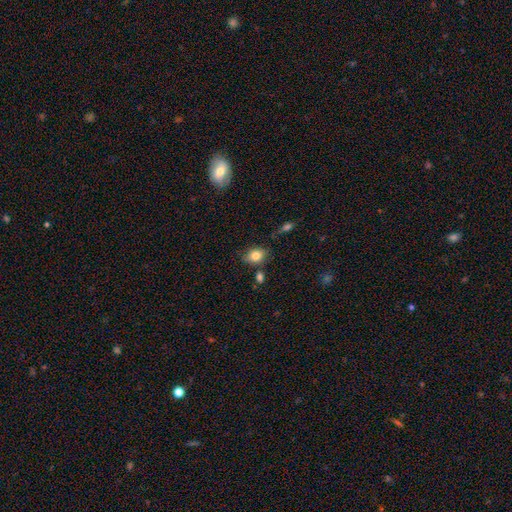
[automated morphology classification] Smooth or featured? smooth (81%)
How rounded? in between (63%)
Merging? none (72%)